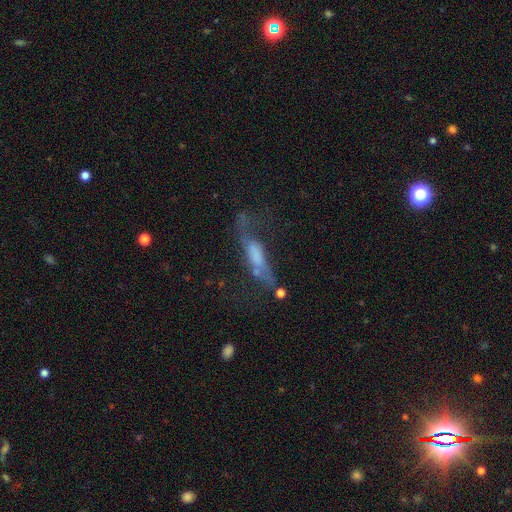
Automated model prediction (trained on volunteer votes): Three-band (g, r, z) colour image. It shows a featured or disk galaxy (53%). Merging: none (37%).